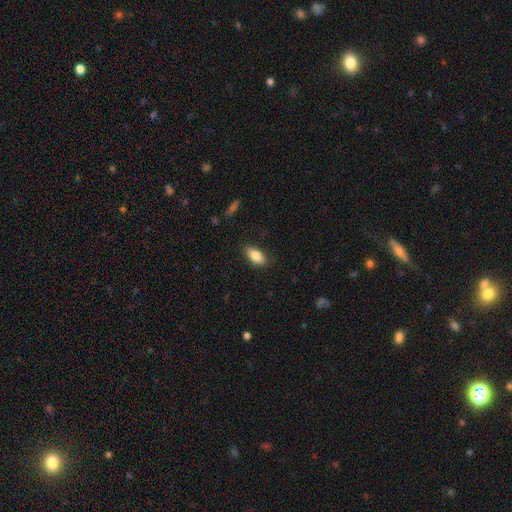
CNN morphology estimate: A smooth galaxy with no disk features (84%) that is in between round and cigar-shaped (89%).

Vote fractions:
- Smooth or featured? smooth: 84% / featured or disk: 9% / star or artifact: 7%
- How rounded? in between: 89% / cigar-shaped: 7% / round: 4%
- Merging? none: 82% / minor disturbance: 14% / major disturbance: 3% / merger: 1%